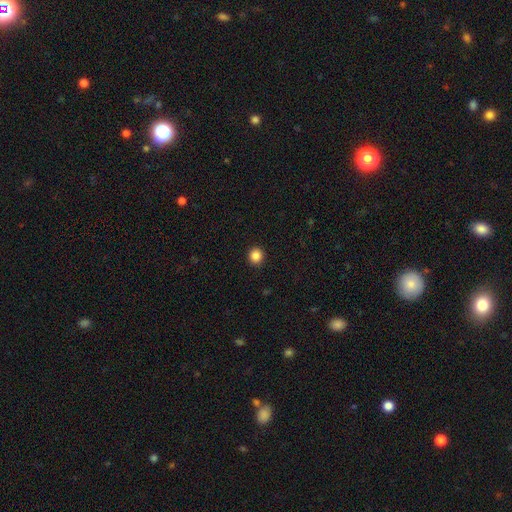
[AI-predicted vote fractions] Q: Smooth or featured?
A: smooth (86%); runner-up: star or artifact (10%)
Q: How rounded?
A: round (92%); runner-up: in between (7%)
Q: Merging?
A: none (93%); runner-up: minor disturbance (5%)